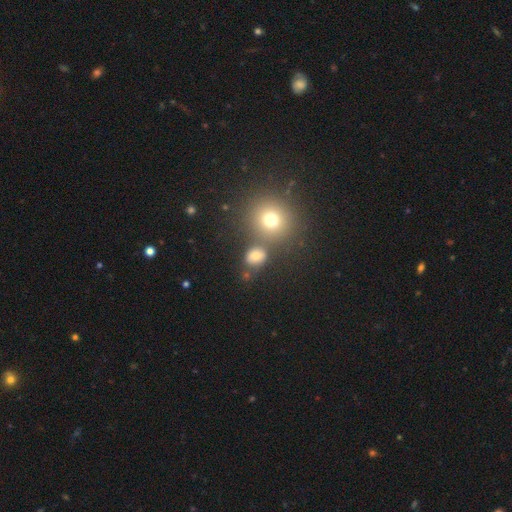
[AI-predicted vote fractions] This is likely a smooth galaxy (71%). How rounded: likely round (62%). Merging: likely none (68%).